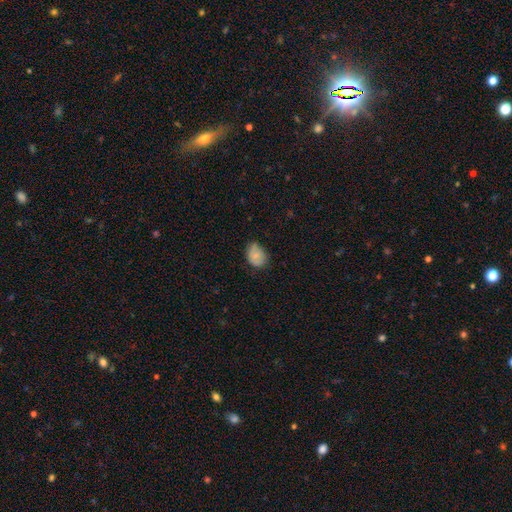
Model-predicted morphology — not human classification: smooth_or_featured: smooth (p=0.75) [alt: featured or disk p=0.17]
how_rounded: in between (p=0.65) [alt: round p=0.34]
merging: none (p=0.55) [alt: minor disturbance p=0.35]